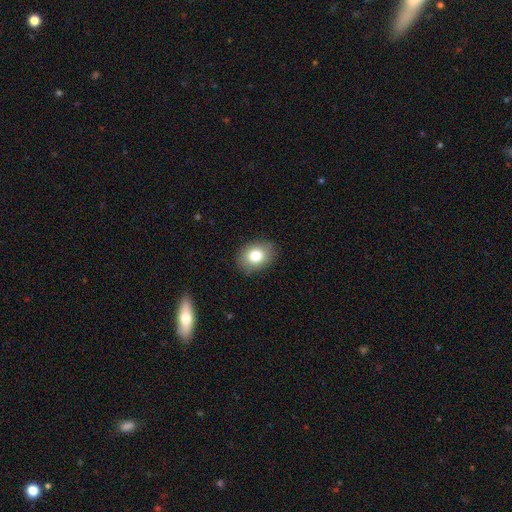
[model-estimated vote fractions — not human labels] The model was most divided on "how rounded": in between: 67%, round: 32%, cigar-shaped: 1%. More confident: merging — none (87%); smooth or featured — smooth (81%).